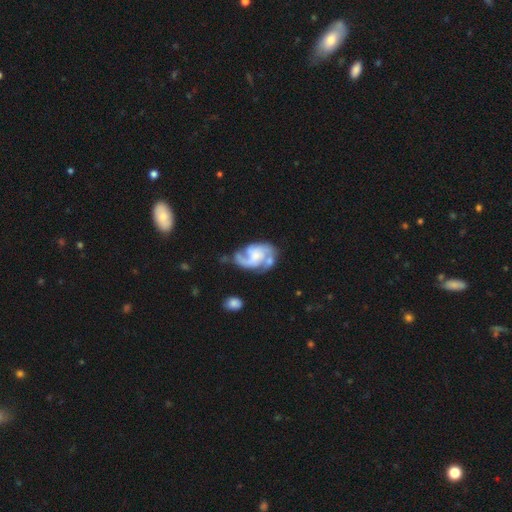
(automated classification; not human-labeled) The model was most divided on "bulge size": small: 36%, moderate: 28%, none: 24%, large: 10%, dominant: 2%. Remaining: edge-on disk — no (98%); spiral arms — yes (95%); smooth or featured — featured or disk (84%); bar — no (59%); spiral arm count — 2 (54%); spiral winding — medium (49%); merging — none (48%).